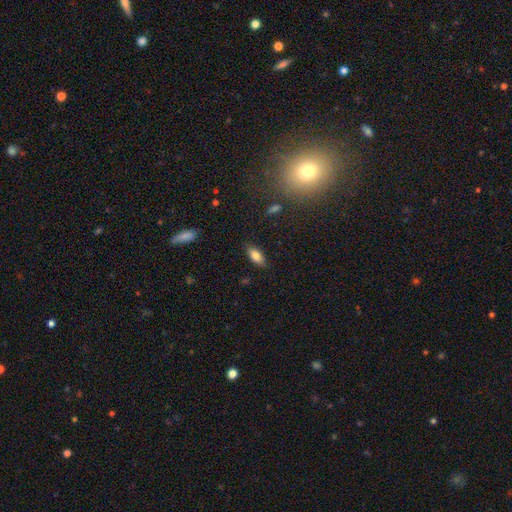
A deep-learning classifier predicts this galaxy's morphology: Q: Smooth or featured?
A: smooth (79%); runner-up: featured or disk (13%)
Q: How rounded?
A: in between (86%); runner-up: cigar-shaped (11%)
Q: Merging?
A: none (85%); runner-up: minor disturbance (11%)